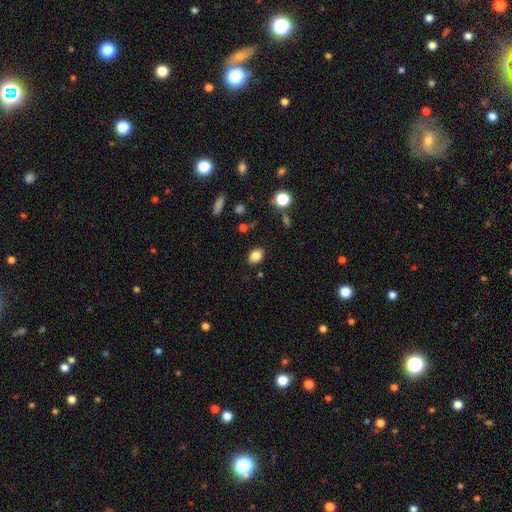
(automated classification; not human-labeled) Smooth or featured? Predicted: smooth (p=0.83). How rounded? Predicted: in between (p=0.71). Merging? Predicted: none (p=0.85).